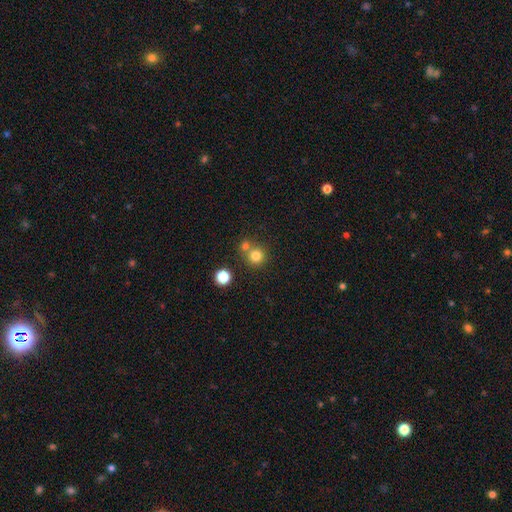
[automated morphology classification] This is likely a smooth galaxy (79%). How rounded: clearly round (92%). Merging: likely none (61%).